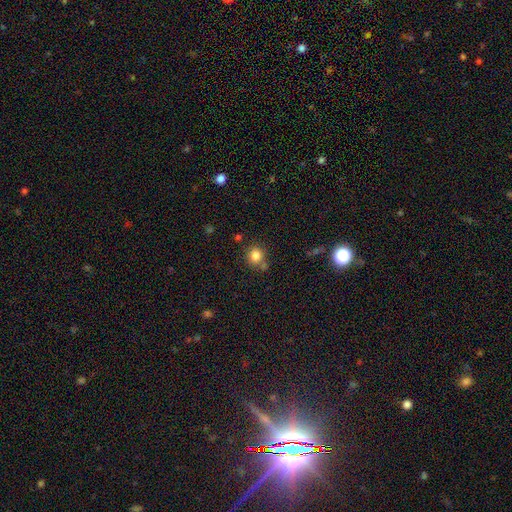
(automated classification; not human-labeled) This is clearly a smooth galaxy (82%). How rounded: clearly round (86%). Merging: likely none (70%).